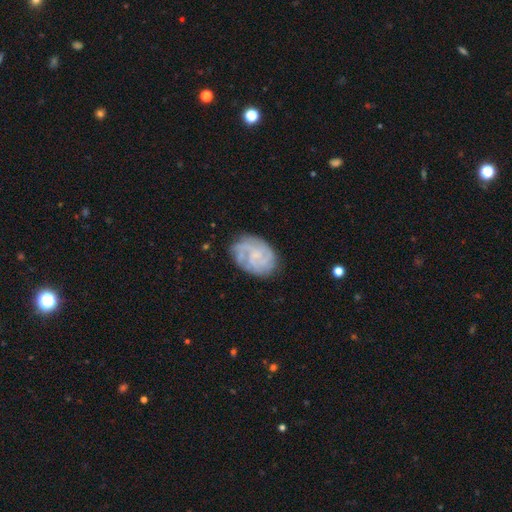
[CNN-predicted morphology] Smooth or featured: featured or disk — 76% (smooth — 17%)
Edge-on disk: no — 98% (yes — 2%)
Bar: no — 65% (weak — 30%)
Spiral arms: yes — 93% (no — 7%)
Spiral winding: tight — 57% (medium — 33%)
Spiral arm count: can't tell — 32% (3 — 24%)
Bulge size: small — 50% (none — 32%)
Merging: none — 74% (minor disturbance — 18%)